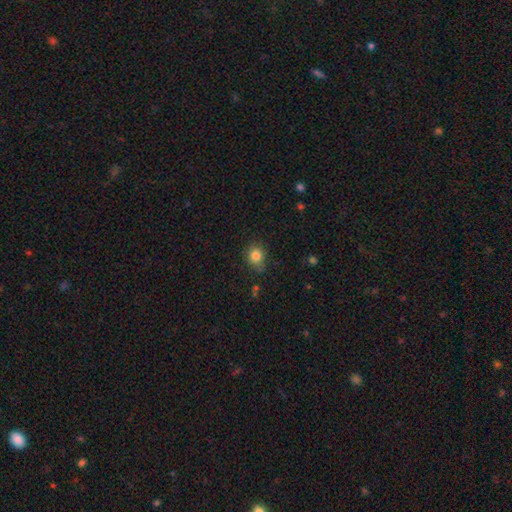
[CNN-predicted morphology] A smooth galaxy with no disk features (84%) that is round (67%). Merging: none (76%).